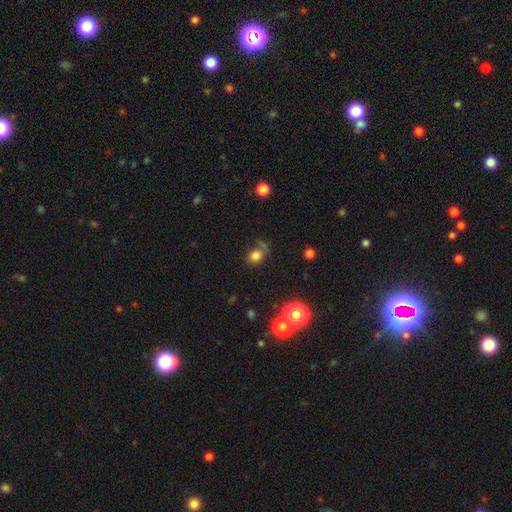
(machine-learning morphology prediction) A smooth galaxy with no disk features (77%) that is round (66%).

Vote fractions:
- Smooth or featured? smooth: 77% / star or artifact: 15% / featured or disk: 8%
- How rounded? round: 66% / in between: 32% / cigar-shaped: 1%
- Merging? none: 61% / minor disturbance: 18% / merger: 11% / major disturbance: 9%